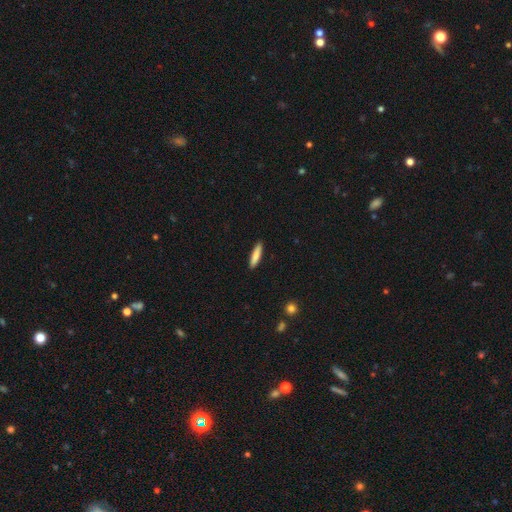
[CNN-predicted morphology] Q: Smooth or featured?
A: smooth (85%); runner-up: featured or disk (9%)
Q: How rounded?
A: cigar-shaped (82%); runner-up: in between (17%)
Q: Merging?
A: none (90%); runner-up: minor disturbance (7%)